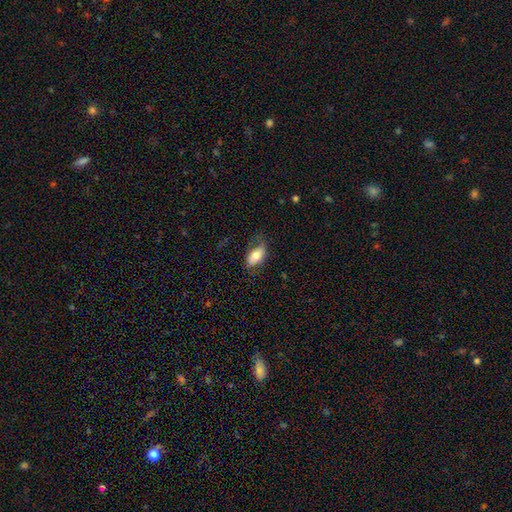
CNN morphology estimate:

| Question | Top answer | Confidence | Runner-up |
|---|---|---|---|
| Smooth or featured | smooth | 71% | featured or disk (22%) |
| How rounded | in between | 90% | cigar-shaped (5%) |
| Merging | none | 65% | minor disturbance (24%) |